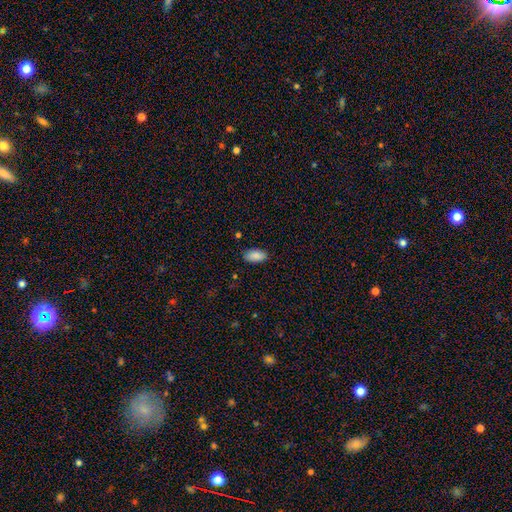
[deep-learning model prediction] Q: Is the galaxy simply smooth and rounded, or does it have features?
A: smooth — 88%.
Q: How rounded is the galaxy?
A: in between — 94%.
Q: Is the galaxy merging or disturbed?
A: none — 86%.